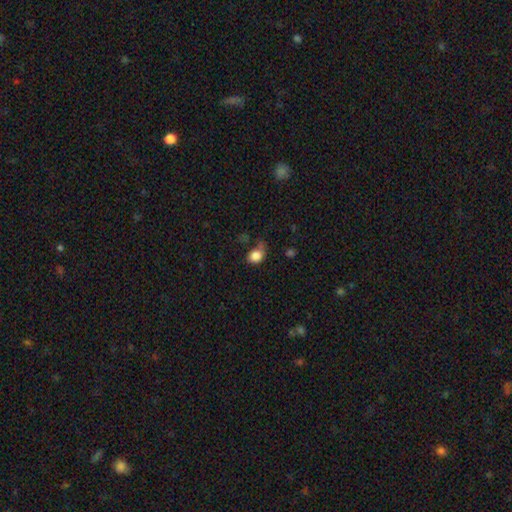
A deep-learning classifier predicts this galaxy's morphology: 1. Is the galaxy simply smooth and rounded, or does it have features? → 82% smooth, 10% star or artifact, 7% featured or disk.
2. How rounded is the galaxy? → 50% in between, 49% round, 1% cigar-shaped.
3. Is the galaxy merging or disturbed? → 42% none, 30% minor disturbance, 19% major disturbance, 9% merger.